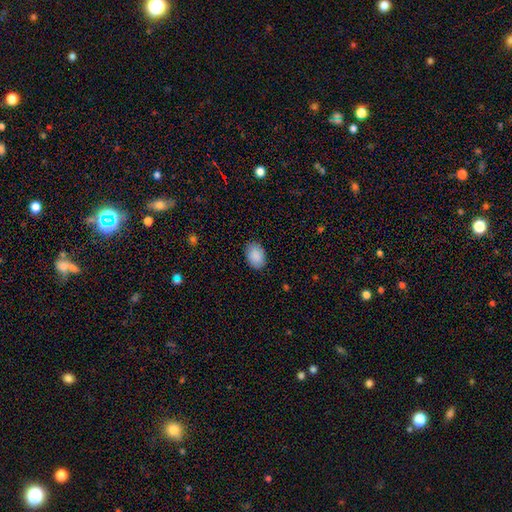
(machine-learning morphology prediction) smooth 90%, star or artifact 6%, featured or disk 4%. Down the decision tree: how rounded — in between (87%); merging — none (87%).